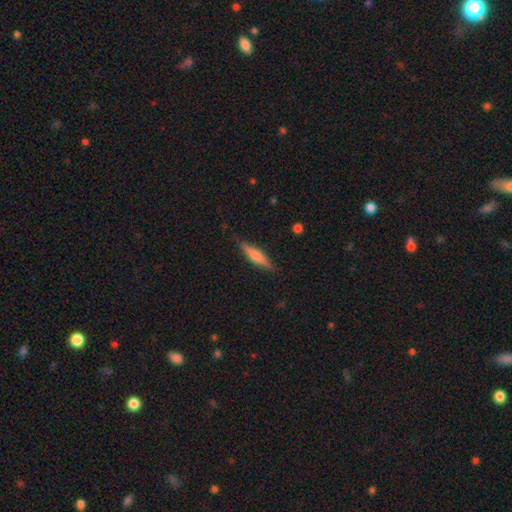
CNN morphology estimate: The model was most divided on "smooth or featured": smooth: 50%, featured or disk: 43%, star or artifact: 6%. More confident: merging — none (85%); how rounded — cigar-shaped (79%).